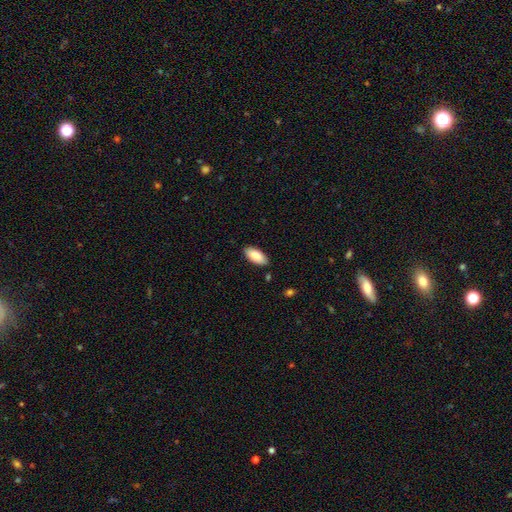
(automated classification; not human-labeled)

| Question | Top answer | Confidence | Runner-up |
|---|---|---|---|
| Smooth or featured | smooth | 84% | featured or disk (10%) |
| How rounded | in between | 92% | cigar-shaped (7%) |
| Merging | none | 87% | minor disturbance (9%) |